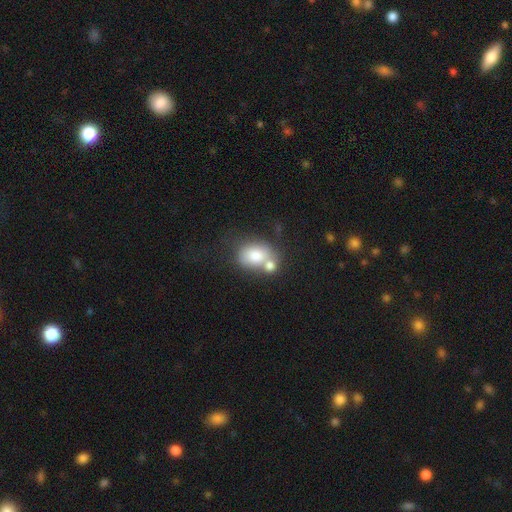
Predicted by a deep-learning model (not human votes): Q: Smooth or featured?
A: smooth (76%); runner-up: featured or disk (15%)
Q: How rounded?
A: in between (59%); runner-up: round (40%)
Q: Merging?
A: merger (43%); runner-up: none (37%)